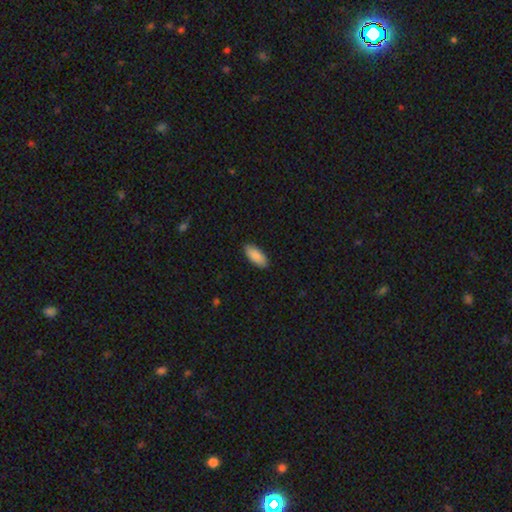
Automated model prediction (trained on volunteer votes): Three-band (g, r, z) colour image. It shows a smooth galaxy with no disk features (90%) that is in between round and cigar-shaped (86%). Merging: none (88%).